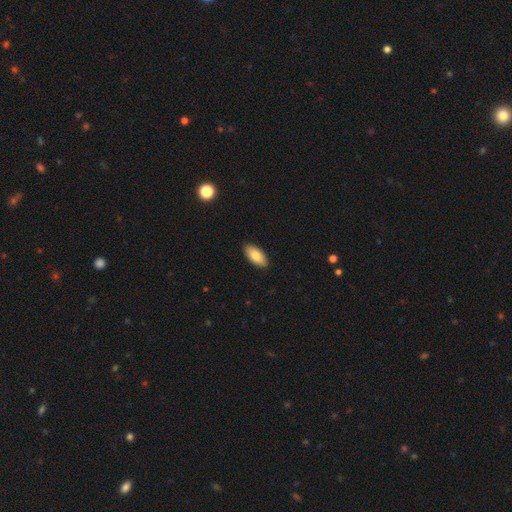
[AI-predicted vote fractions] Smooth or featured? smooth (84%)
How rounded? in between (91%)
Merging? none (90%)